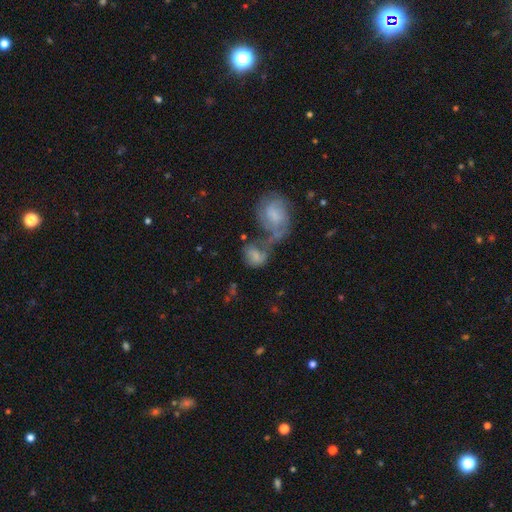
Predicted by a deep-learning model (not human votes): smooth-or-featured: smooth: 52% | featured or disk: 37% | star or artifact: 11%
  how-rounded: in between: 59% | round: 38% | cigar-shaped: 2%
  merging: merger: 60% | none: 17% | major disturbance: 13% | minor disturbance: 10%